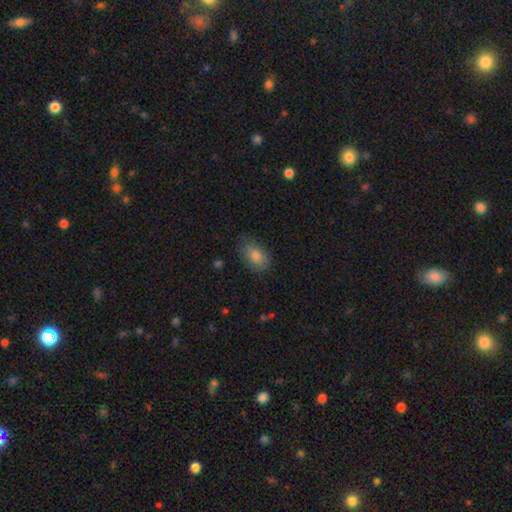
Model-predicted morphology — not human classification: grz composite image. It shows a smooth galaxy with no disk features (81%) that is in between round and cigar-shaped (89%). Merging: none (74%).